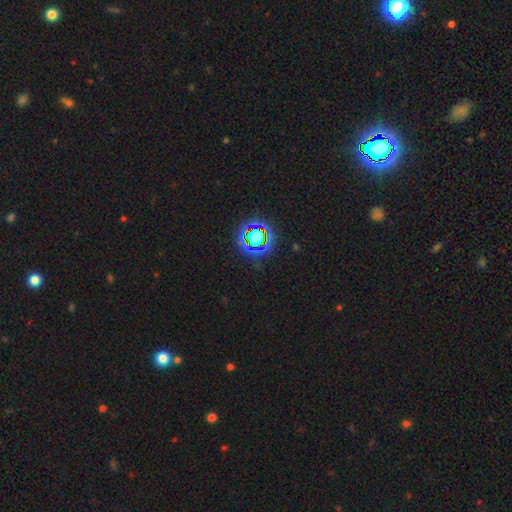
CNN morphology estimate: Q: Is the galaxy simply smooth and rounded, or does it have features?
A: star or artifact — 79%.